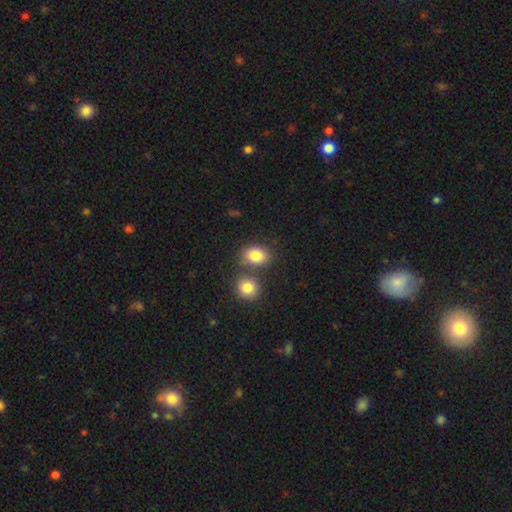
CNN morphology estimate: Q: Smooth or featured?
A: smooth (84%); runner-up: star or artifact (9%)
Q: How rounded?
A: in between (66%); runner-up: round (33%)
Q: Merging?
A: none (58%); runner-up: merger (28%)